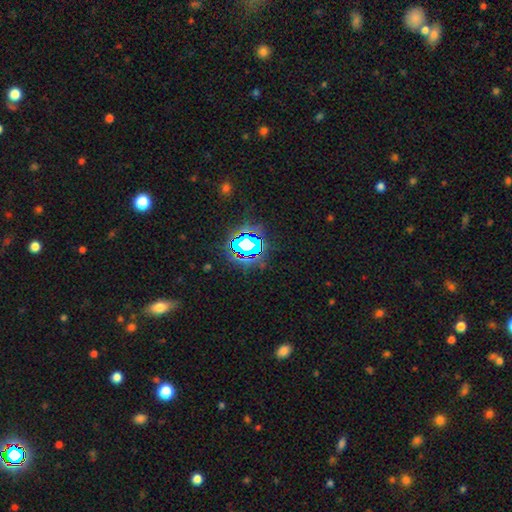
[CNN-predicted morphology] Smooth or featured: star or artifact — 76% (smooth — 15%)